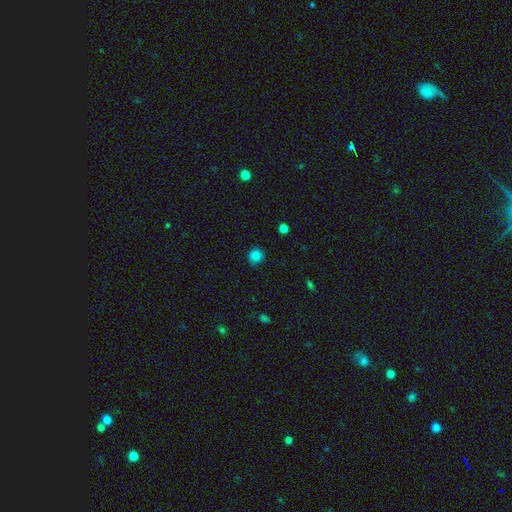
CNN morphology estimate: This appears to be a smooth galaxy with no disk features (83%) that is round (90%). Merging: none (87%).